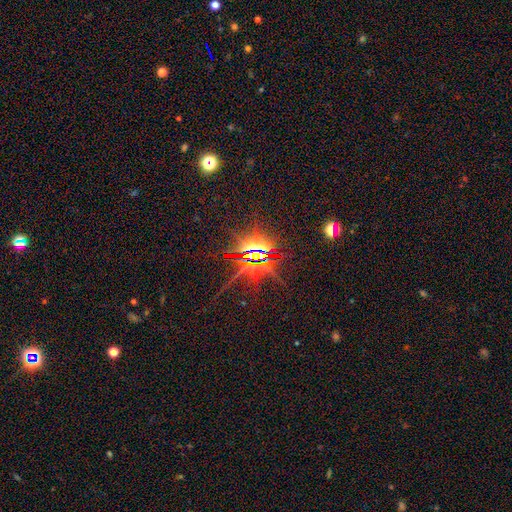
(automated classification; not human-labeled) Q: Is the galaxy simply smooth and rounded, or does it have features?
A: star or artifact — 81%.